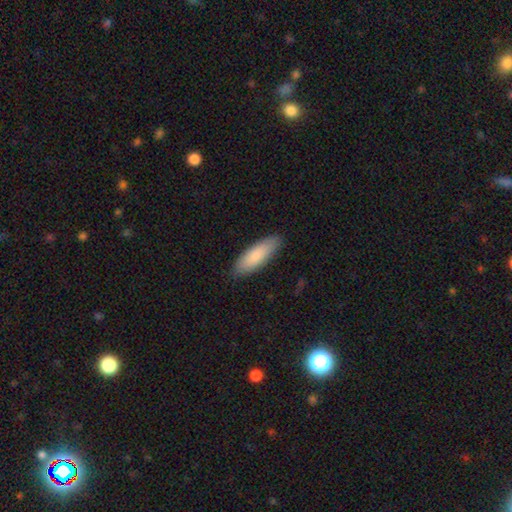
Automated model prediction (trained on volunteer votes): A smooth galaxy with no disk features (84%) that is in between round and cigar-shaped (53%). Merging: none (87%).